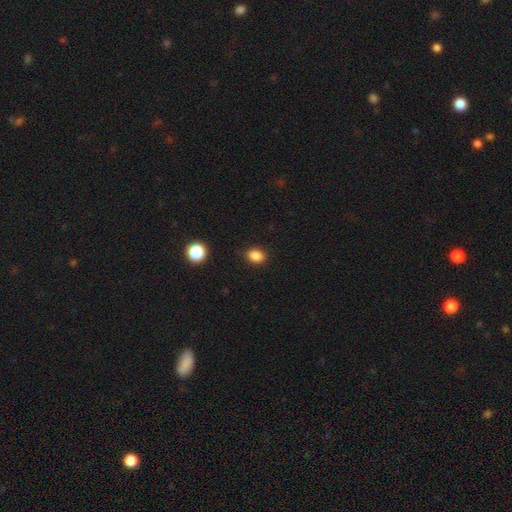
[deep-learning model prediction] Smooth or featured: smooth — 85% (star or artifact — 11%)
How rounded: in between — 65% (round — 34%)
Merging: none — 88% (minor disturbance — 8%)